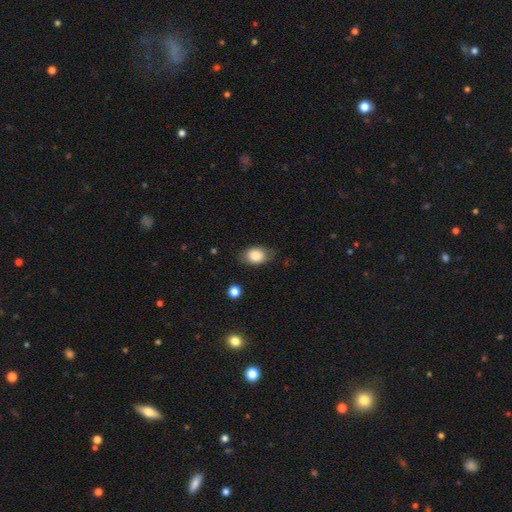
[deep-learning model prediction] A smooth galaxy with no disk features (82%) that is in between round and cigar-shaped (77%).

Vote fractions:
- Smooth or featured? smooth: 82% / featured or disk: 10% / star or artifact: 8%
- How rounded? in between: 77% / round: 21% / cigar-shaped: 1%
- Merging? none: 75% / minor disturbance: 18% / major disturbance: 6% / merger: 2%